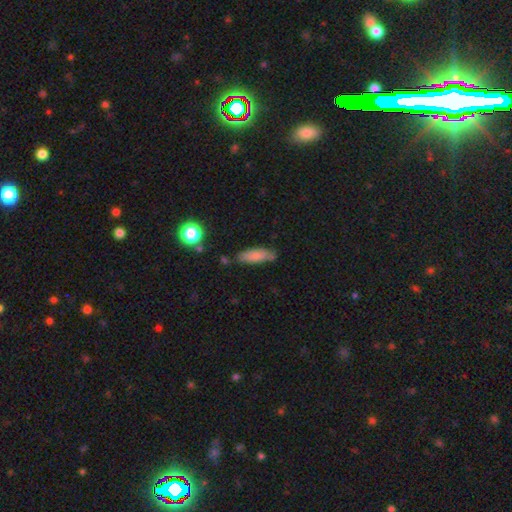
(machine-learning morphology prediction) This appears to be a smooth galaxy with no disk features (81%) that is in between round and cigar-shaped (57%). Merging: none (69%).